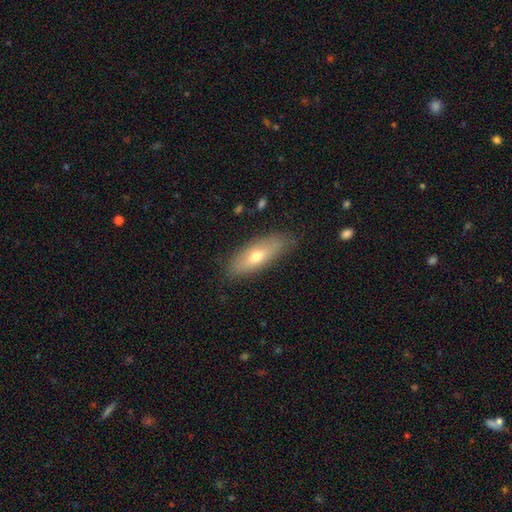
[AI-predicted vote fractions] Smooth or featured? Predicted: smooth (p=0.61). How rounded? Predicted: in between (p=0.65). Merging? Predicted: none (p=0.82).